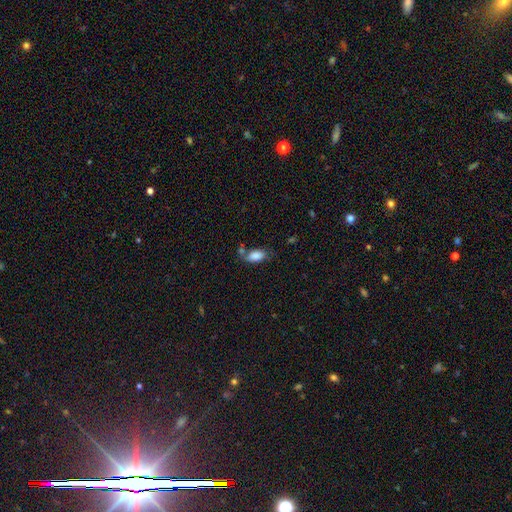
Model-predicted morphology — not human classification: The model was most divided on "merging": none: 52%, minor disturbance: 22%, merger: 17%, major disturbance: 8%. More confident: how rounded — in between (91%); smooth or featured — smooth (84%).